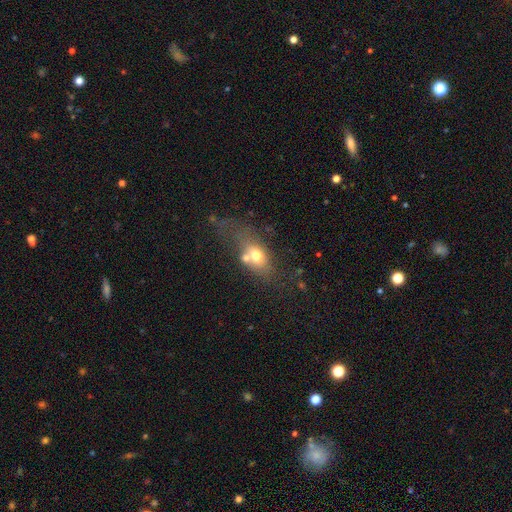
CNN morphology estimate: smooth_or_featured: smooth (p=0.64) [alt: featured or disk p=0.26]
how_rounded: in between (p=0.73) [alt: round p=0.21]
merging: merger (p=0.34) [alt: none p=0.32]